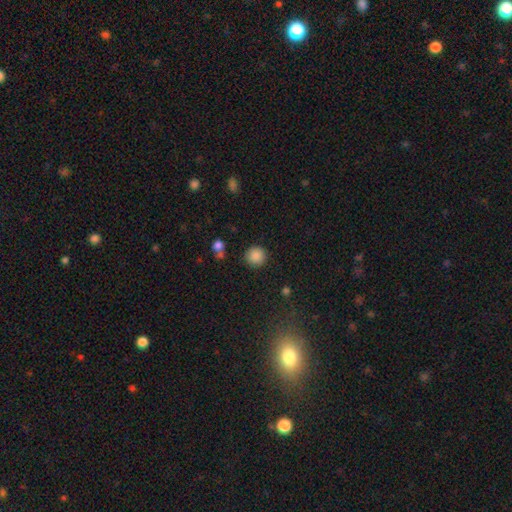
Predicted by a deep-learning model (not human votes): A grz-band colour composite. It shows a smooth galaxy with no disk features (87%) that is round (93%). Merging: none (87%).